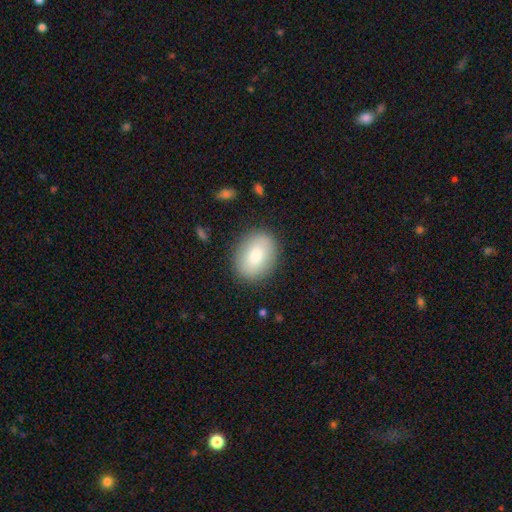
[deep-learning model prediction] smooth_or_featured: smooth (p=0.80) [alt: featured or disk p=0.13]
how_rounded: in between (p=0.71) [alt: round p=0.27]
merging: none (p=0.86) [alt: minor disturbance p=0.10]